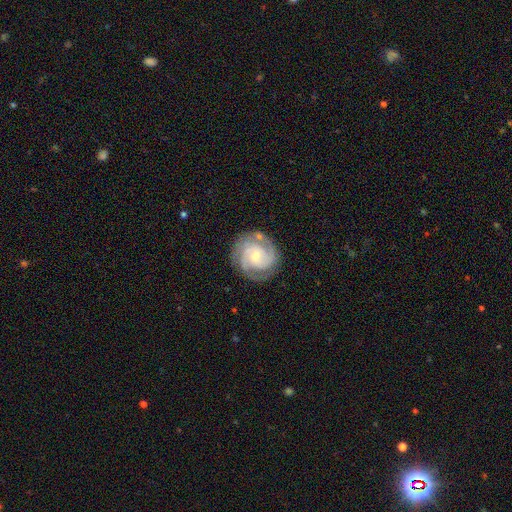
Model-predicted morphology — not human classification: This is clearly a featured or disk galaxy (86%). It is clearly not viewed edge-on (98%). Bar: likely no (65%). Spiral arm pattern: clearly yes (97%). Spiral arm count: marginally 2 (36%, tied with 3). Spiral winding: likely tight (63%). Central bulge: possibly small (56%). Merging: likely none (79%).